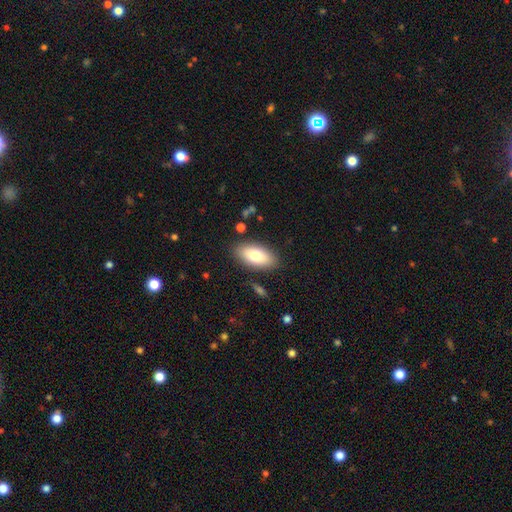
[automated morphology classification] Smooth or featured? Predicted: smooth (p=0.79). How rounded? Predicted: in between (p=0.92). Merging? Predicted: none (p=0.86).